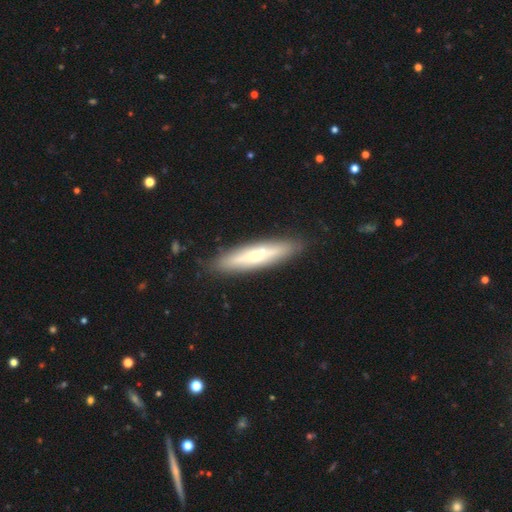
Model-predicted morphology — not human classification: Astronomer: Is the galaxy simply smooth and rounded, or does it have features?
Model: featured or disk — 54% (runner-up: smooth, 39%).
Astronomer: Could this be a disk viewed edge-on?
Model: yes — 80%.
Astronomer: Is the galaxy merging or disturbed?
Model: none — 85%.